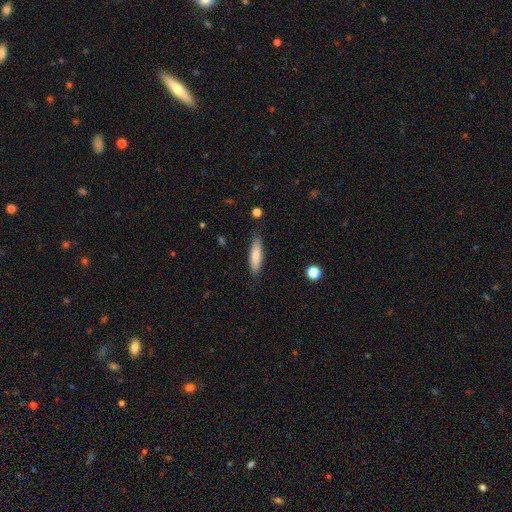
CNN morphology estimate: A smooth galaxy with no disk features (77%) that is cigar-shaped (66%). Merging: none (83%).